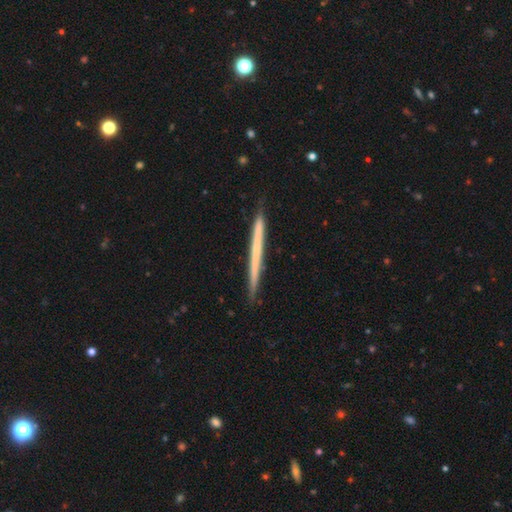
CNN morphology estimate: featured or disk 50%, smooth 44%, star or artifact 6%. Down the decision tree: merging — none (90%).